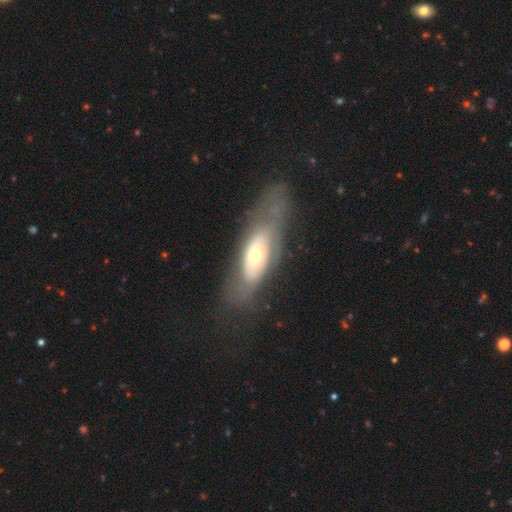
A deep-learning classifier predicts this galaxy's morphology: featured or disk 56%, smooth 37%, star or artifact 7%. Down the decision tree: edge-on disk — no (76%); merging — none (55%).